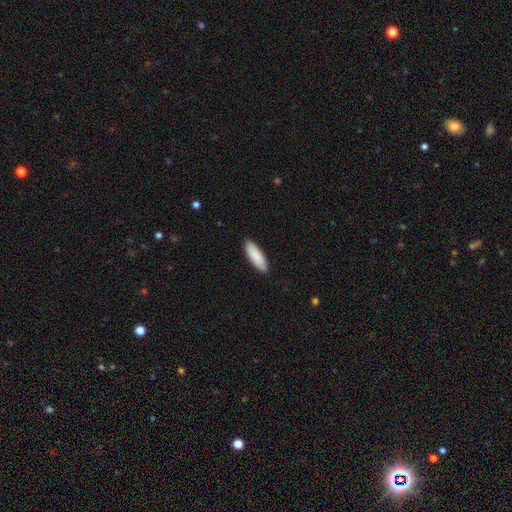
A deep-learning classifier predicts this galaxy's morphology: Overall: smooth (90%). How rounded: in between (57%; cigar-shaped 42%). Merging: none (89%).